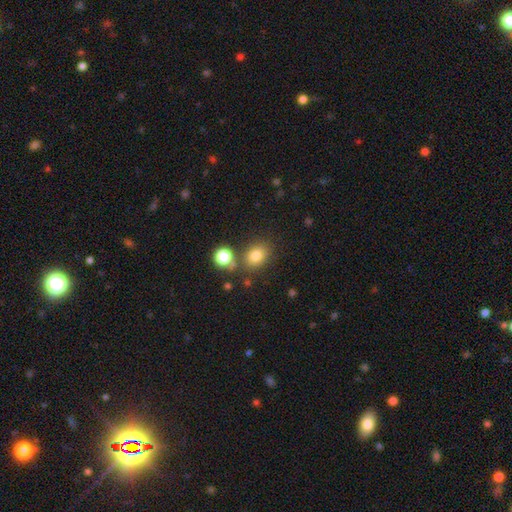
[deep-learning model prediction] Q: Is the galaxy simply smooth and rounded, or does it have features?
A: smooth — 80%.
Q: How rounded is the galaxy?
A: in between — 53%.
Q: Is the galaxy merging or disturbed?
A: none — 72%.